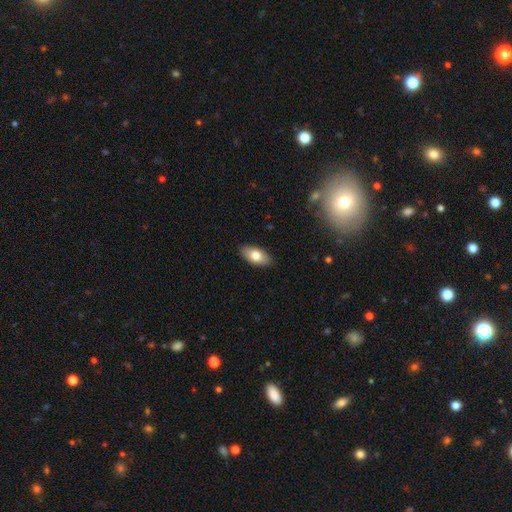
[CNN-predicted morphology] smooth-or-featured: smooth: 77% | featured or disk: 17% | star or artifact: 7%
  how-rounded: in between: 91% | cigar-shaped: 5% | round: 4%
  merging: none: 88% | minor disturbance: 9% | major disturbance: 2% | merger: 1%